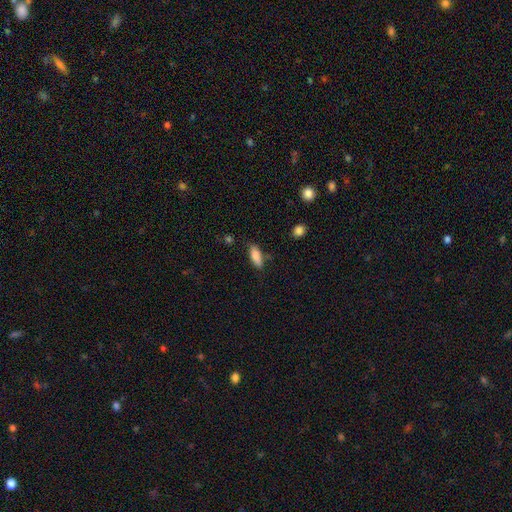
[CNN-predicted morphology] Smooth or featured?
  - smooth: 82% *
  - featured or disk: 11%
  - star or artifact: 7%
How rounded?
  - in between: 71% *
  - cigar-shaped: 26%
  - round: 2%
Merging?
  - none: 76% *
  - minor disturbance: 17%
  - merger: 4%
  - major disturbance: 4%